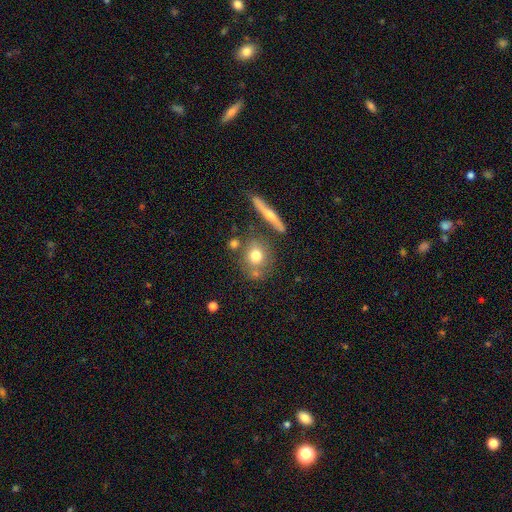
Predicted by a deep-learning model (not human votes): smooth-or-featured: smooth: 71% | featured or disk: 19% | star or artifact: 10%
  how-rounded: round: 71% | in between: 25% | cigar-shaped: 4%
  merging: none: 68% | merger: 15% | minor disturbance: 12% | major disturbance: 4%